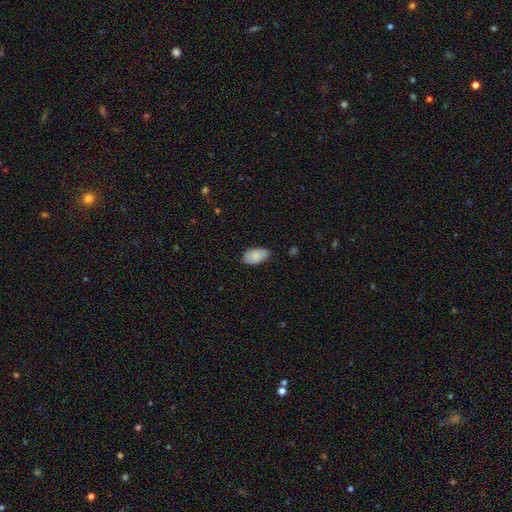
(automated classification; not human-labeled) This appears to be a smooth galaxy with no disk features (86%) that is in between round and cigar-shaped (94%). Merging: none (73%).